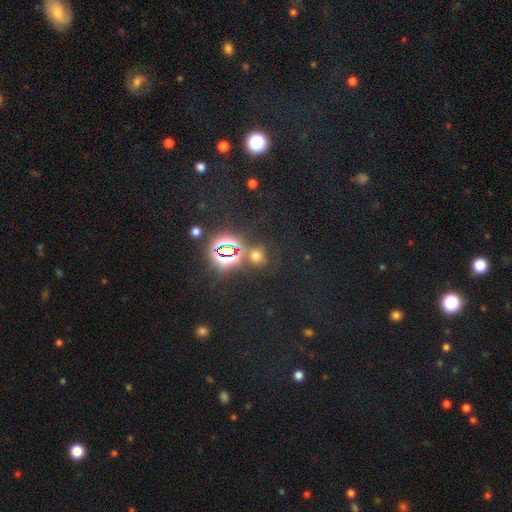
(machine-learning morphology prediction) smooth-or-featured: star or artifact: 50% | smooth: 43% | featured or disk: 7%